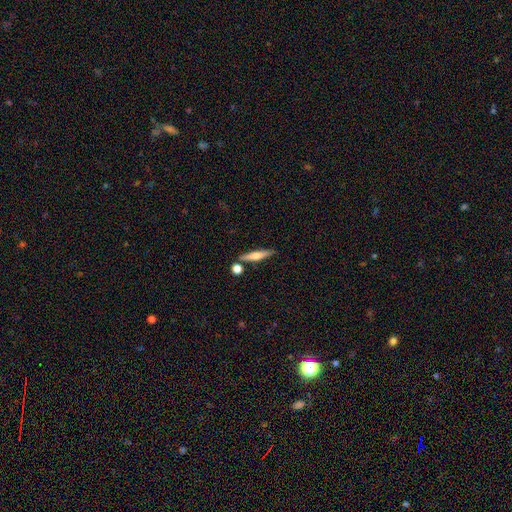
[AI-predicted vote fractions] Smooth or featured?
  - smooth: 51% *
  - featured or disk: 42%
  - star or artifact: 7%
How rounded?
  - cigar-shaped: 84% *
  - in between: 13%
  - round: 3%
Merging?
  - none: 80% *
  - minor disturbance: 10%
  - merger: 8%
  - major disturbance: 2%